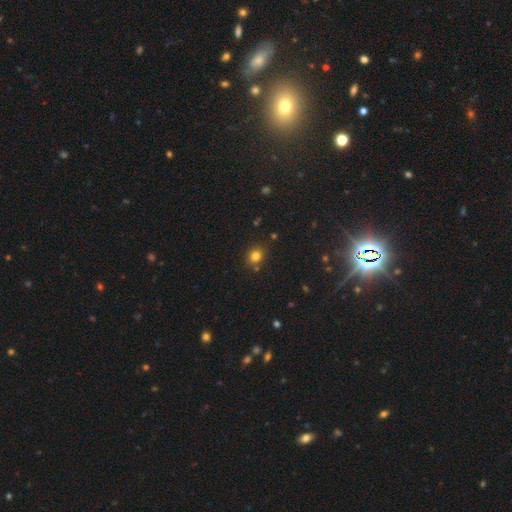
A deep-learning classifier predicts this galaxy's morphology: Overall: smooth (80%). How rounded: round (69%; in between 30%). Merging: none (82%).